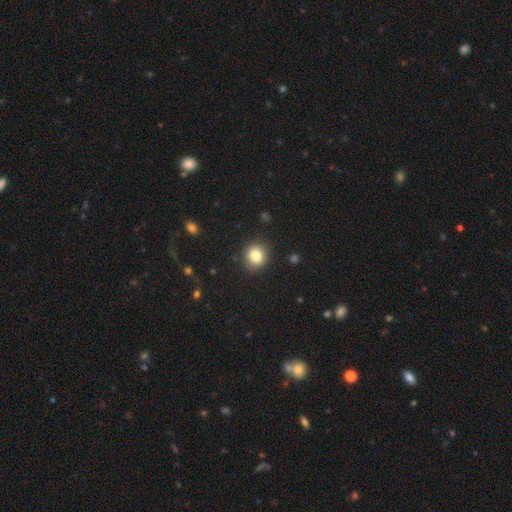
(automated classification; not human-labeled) The model was most divided on "how rounded": round: 85%, in between: 14%, cigar-shaped: 1%. More confident: merging — none (88%); smooth or featured — smooth (83%).